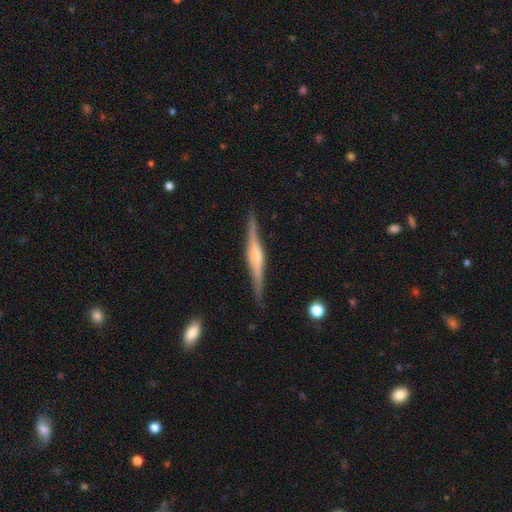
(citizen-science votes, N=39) Overall: featured or disk (72%). Edge-on disk: yes (100%). Edge-on bulge: rounded (79%). Merging: none (92%).